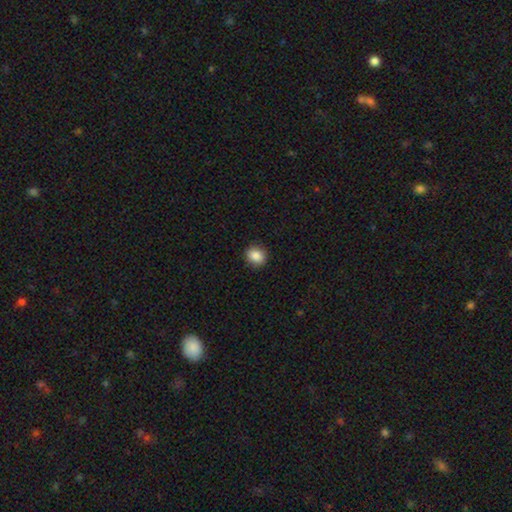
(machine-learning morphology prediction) This appears to be a smooth galaxy with no disk features (86%) that is round (72%). Merging: none (90%).